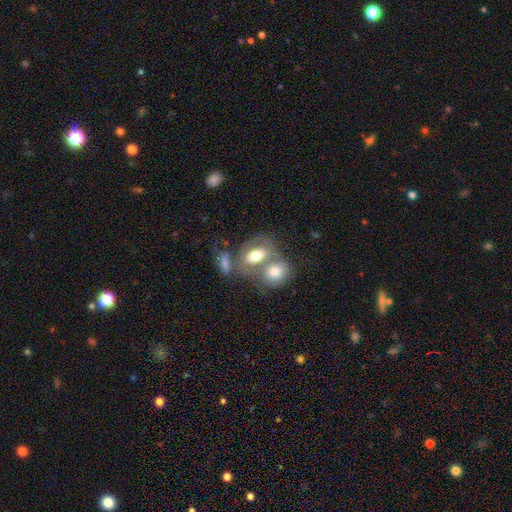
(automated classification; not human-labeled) Smooth or featured? Predicted: smooth (p=0.58). How rounded? Predicted: in between (p=0.76). Merging? Predicted: merger (p=0.56).